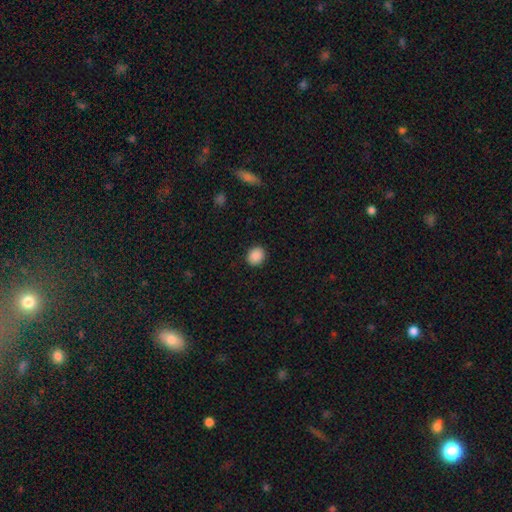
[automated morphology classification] smooth 89%, star or artifact 8%, featured or disk 3%. Down the decision tree: how rounded — round (73%); merging — none (91%).